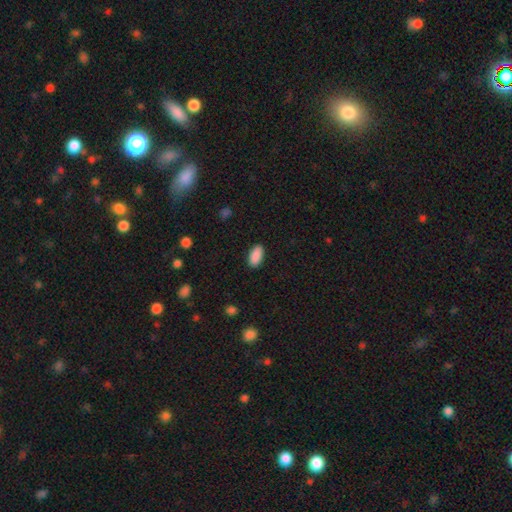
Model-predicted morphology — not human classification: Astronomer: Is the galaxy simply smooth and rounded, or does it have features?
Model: smooth — 90%.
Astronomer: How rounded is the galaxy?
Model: in between — 91%.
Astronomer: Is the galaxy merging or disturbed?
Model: none — 89%.